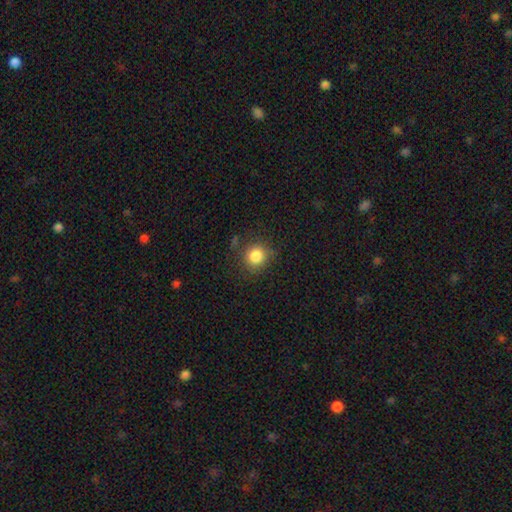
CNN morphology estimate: Overall: smooth (85%). How rounded: round (89%). Merging: none (80%).